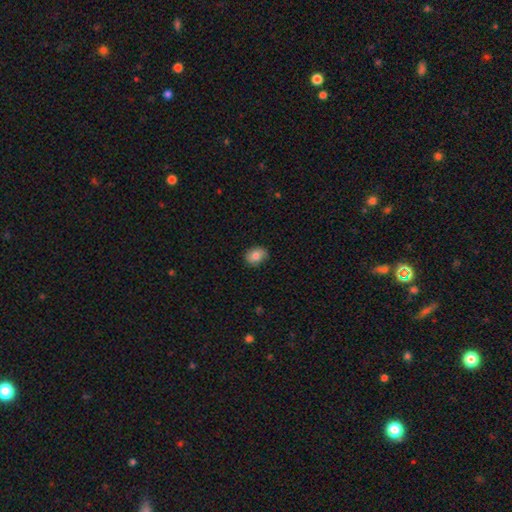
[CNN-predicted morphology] This is clearly a smooth galaxy (81%). How rounded: possibly in between (52%). Merging: clearly none (83%).